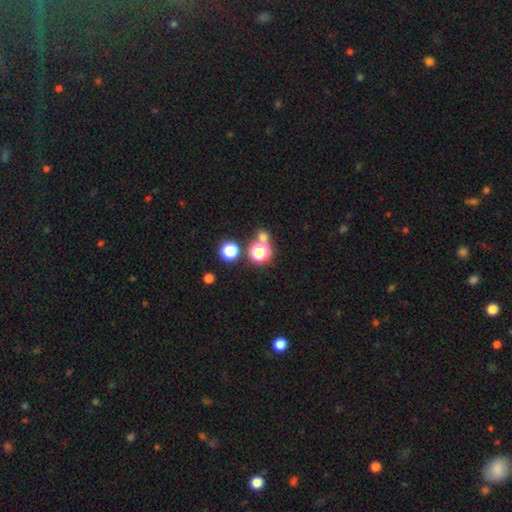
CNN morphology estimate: type=smooth (55%); roundness=round (87%); merging=none (68%).